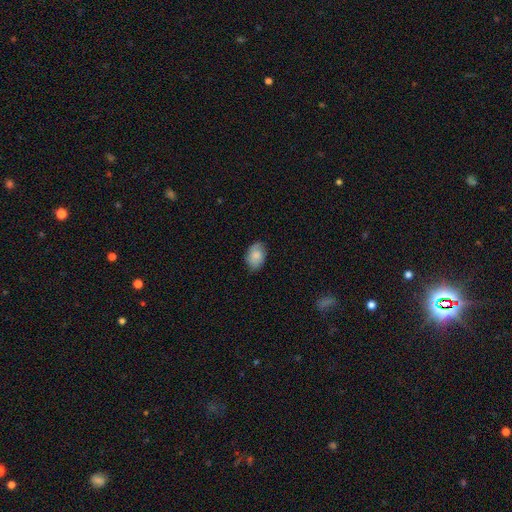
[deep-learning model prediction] Smooth or featured: smooth — 80% (featured or disk — 13%)
How rounded: in between — 86% (round — 13%)
Merging: none — 77% (minor disturbance — 19%)